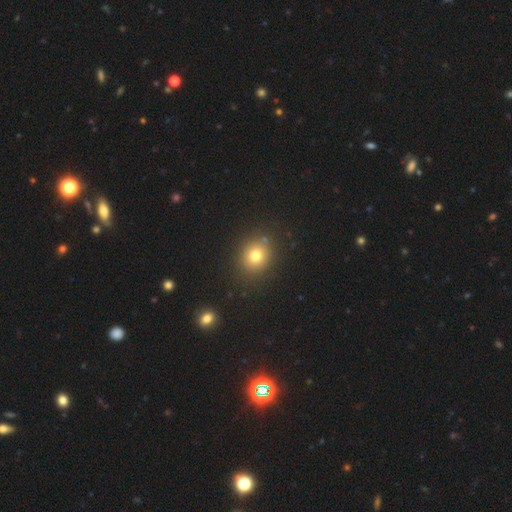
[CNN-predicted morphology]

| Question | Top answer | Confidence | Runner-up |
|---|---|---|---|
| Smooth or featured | smooth | 76% | star or artifact (15%) |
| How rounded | round | 74% | in between (25%) |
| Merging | none | 85% | minor disturbance (8%) |